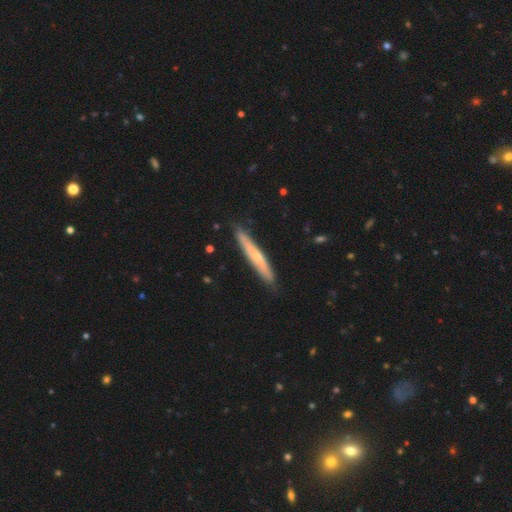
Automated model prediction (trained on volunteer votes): A featured or disk galaxy (50%).

Vote fractions:
- Smooth or featured? featured or disk: 50% / smooth: 45% / star or artifact: 5%
- Merging? none: 86% / minor disturbance: 11% / major disturbance: 2% / merger: 1%